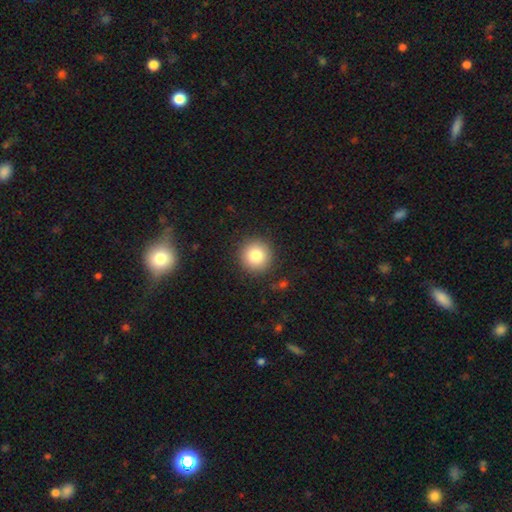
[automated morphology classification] smooth-or-featured: smooth: 82% | star or artifact: 10% | featured or disk: 8%
  how-rounded: round: 95% | in between: 4% | cigar-shaped: 1%
  merging: none: 90% | minor disturbance: 6% | major disturbance: 2% | merger: 1%